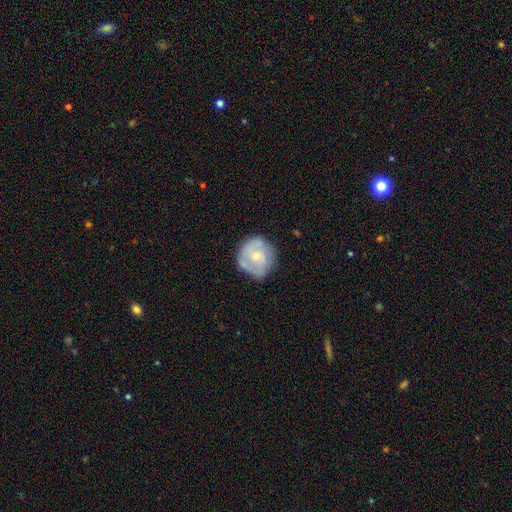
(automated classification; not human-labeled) A featured or disk galaxy (57%) with no bar (71%), spiral arms (71%) and a small central bulge (58%).

Vote fractions:
- Smooth or featured? featured or disk: 57% / smooth: 36% / star or artifact: 6%
- Edge-on disk? no: 98% / yes: 2%
- Bar? no: 71% / weak: 25% / strong: 4%
- Spiral arms? yes: 71% / no: 29%
- Bulge size? small: 58% / moderate: 34% / none: 5% / large: 2% / dominant: 1%
- Merging? none: 65% / minor disturbance: 23% / major disturbance: 8% / merger: 4%